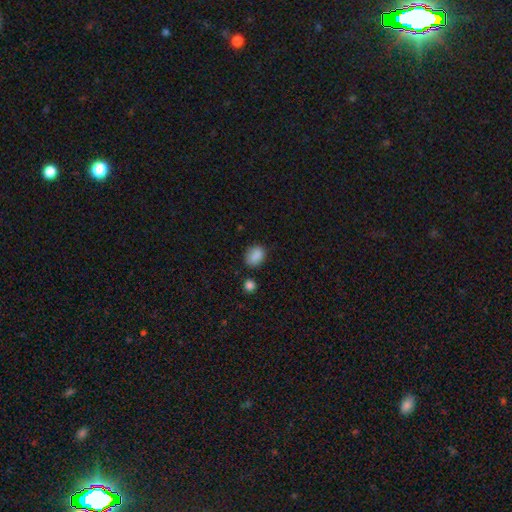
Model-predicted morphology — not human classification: Overall: smooth (86%). How rounded: in between (53%; round 45%). Merging: none (74%).